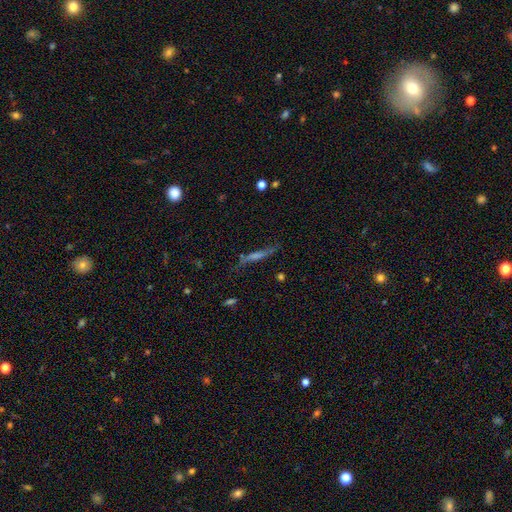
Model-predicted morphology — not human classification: Smooth or featured?
  - featured or disk: 55% *
  - smooth: 29%
  - star or artifact: 16%
Edge-on disk?
  - yes: 82% *
  - no: 18%
Merging?
  - none: 69% *
  - minor disturbance: 19%
  - major disturbance: 8%
  - merger: 3%